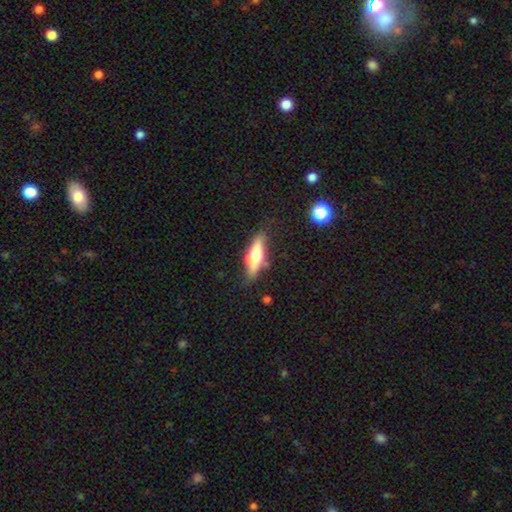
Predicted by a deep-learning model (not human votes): This is possibly a smooth galaxy (47%). Merging: likely none (67%).